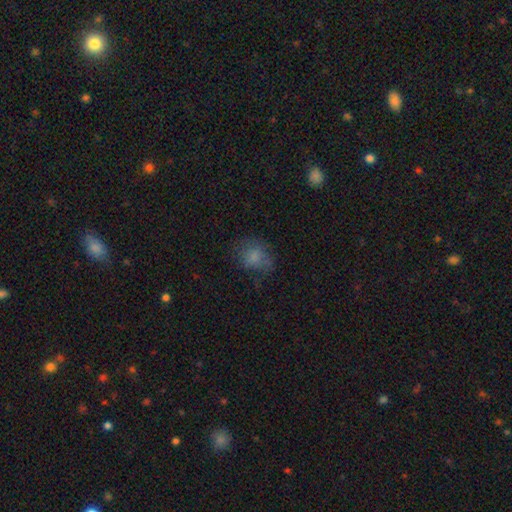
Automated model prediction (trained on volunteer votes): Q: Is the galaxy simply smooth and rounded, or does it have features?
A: smooth — 71%.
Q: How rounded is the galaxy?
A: round — 57%.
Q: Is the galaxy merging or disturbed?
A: none — 56%.